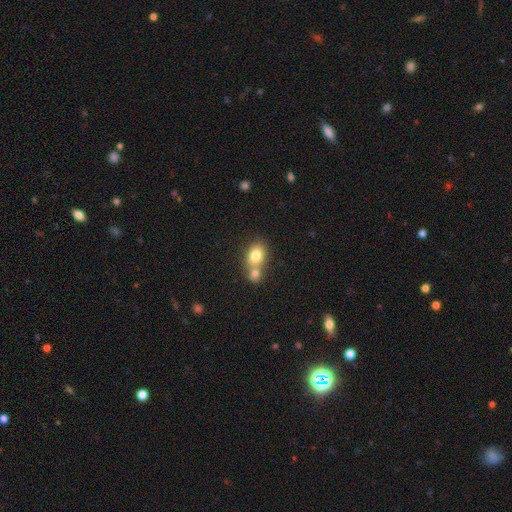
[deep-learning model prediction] This is likely a smooth galaxy (78%). How rounded: possibly in between (59%). Merging: possibly merger (56%).